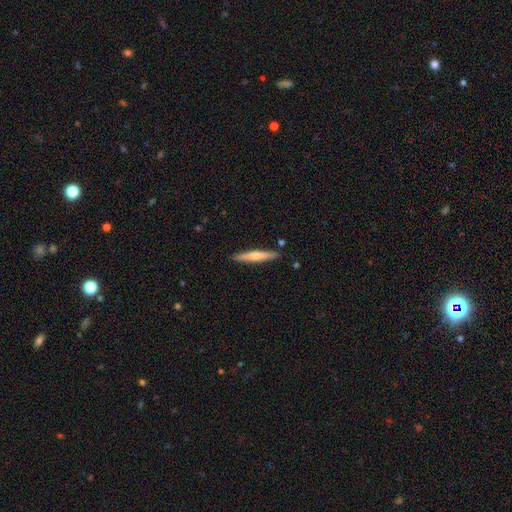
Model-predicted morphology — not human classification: Q: Smooth or featured?
A: smooth (50%); runner-up: featured or disk (45%)
Q: How rounded?
A: cigar-shaped (93%); runner-up: in between (6%)
Q: Merging?
A: none (89%); runner-up: minor disturbance (8%)